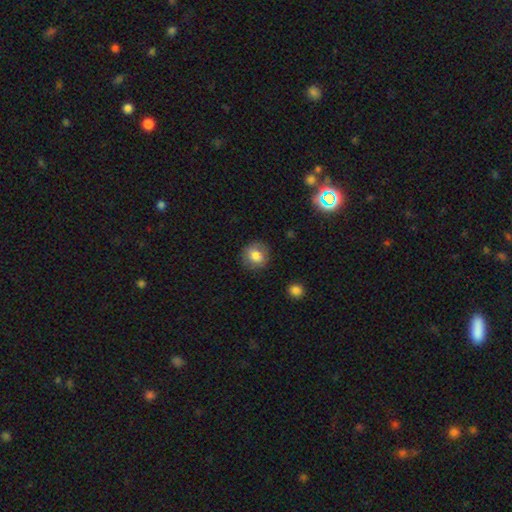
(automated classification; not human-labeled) smooth_or_featured: smooth (p=0.79) [alt: featured or disk p=0.12]
how_rounded: round (p=0.77) [alt: in between p=0.22]
merging: none (p=0.84) [alt: minor disturbance p=0.12]